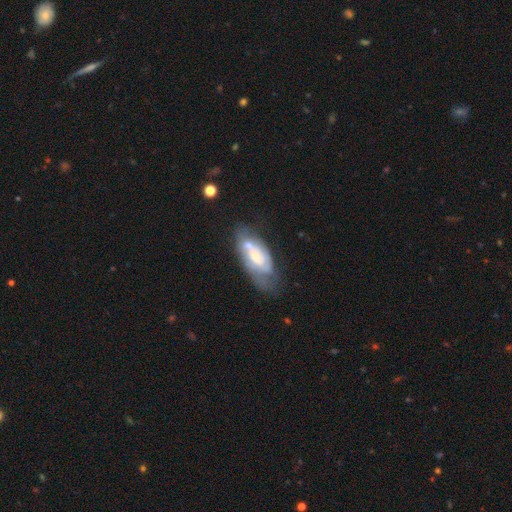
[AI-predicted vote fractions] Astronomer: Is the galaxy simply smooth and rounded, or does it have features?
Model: featured or disk — 64%.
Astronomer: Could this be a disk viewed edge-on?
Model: no — 91%.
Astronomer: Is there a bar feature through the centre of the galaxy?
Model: no — 56% (runner-up: weak, 34%).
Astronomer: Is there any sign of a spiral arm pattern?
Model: yes — 77%.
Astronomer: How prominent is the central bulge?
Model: small — 48% (runner-up: moderate, 33%).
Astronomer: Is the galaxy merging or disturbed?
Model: none — 47% (runner-up: minor disturbance, 27%).